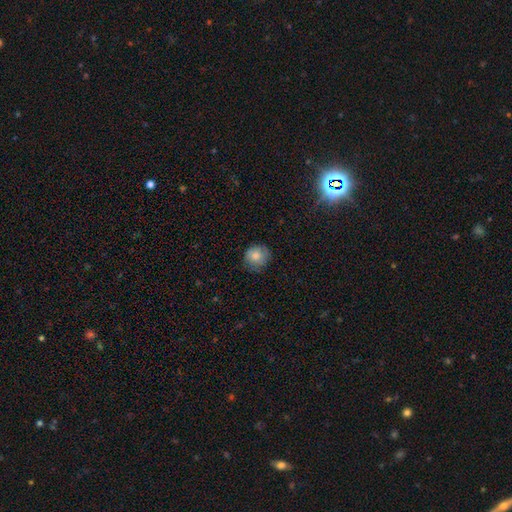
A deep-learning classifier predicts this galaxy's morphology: This appears to be a smooth galaxy with no disk features (80%) that is round (89%). Merging: none (77%).